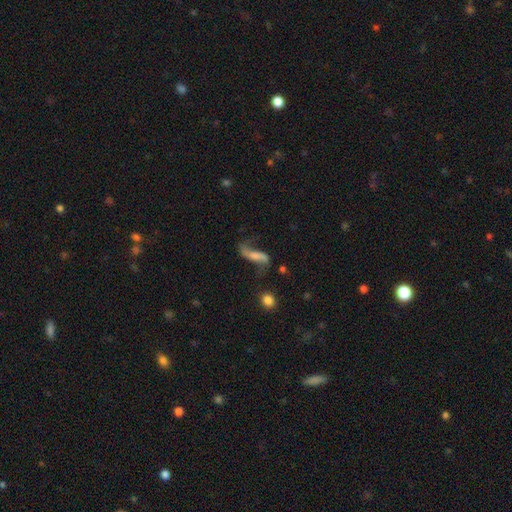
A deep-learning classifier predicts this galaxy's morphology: smooth-or-featured: featured or disk: 58% | smooth: 32% | star or artifact: 10%
  disk-edge-on: no: 85% | yes: 15%
  merging: none: 47% | major disturbance: 24% | minor disturbance: 22% | merger: 7%